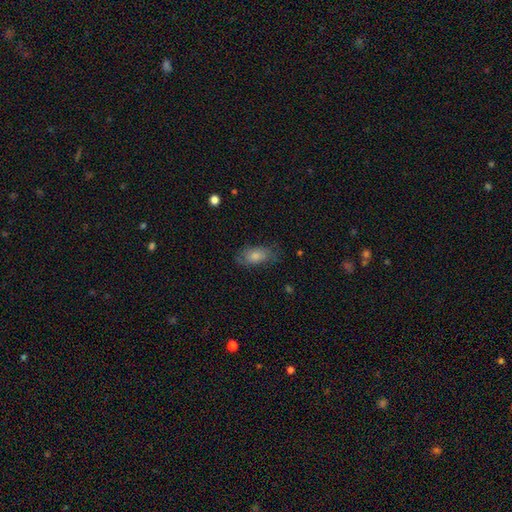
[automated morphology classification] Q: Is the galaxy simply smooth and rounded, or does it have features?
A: smooth — 78%.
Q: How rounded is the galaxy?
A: in between — 89%.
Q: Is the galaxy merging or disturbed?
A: none — 69%.